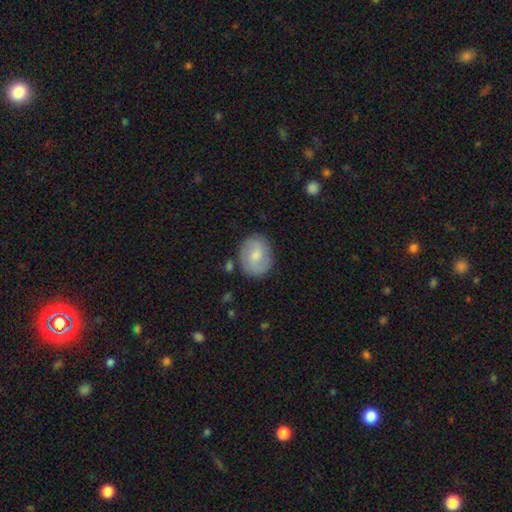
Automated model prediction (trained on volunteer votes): Smooth or featured?
  - smooth: 55% *
  - featured or disk: 38%
  - star or artifact: 7%
How rounded?
  - round: 55% *
  - in between: 44%
  - cigar-shaped: 1%
Merging?
  - none: 78% *
  - minor disturbance: 15%
  - major disturbance: 4%
  - merger: 3%